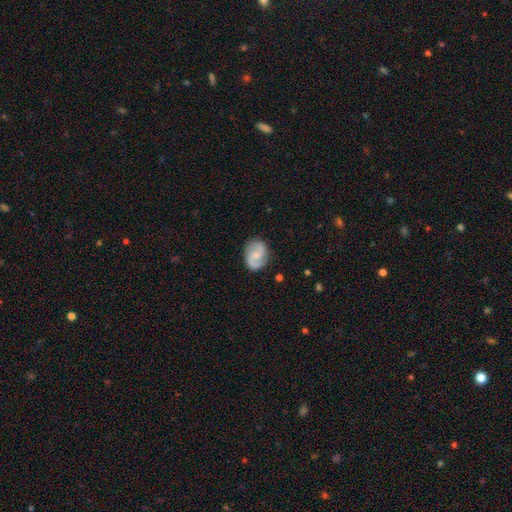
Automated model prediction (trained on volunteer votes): smooth_or_featured: featured or disk (p=0.75) [alt: smooth p=0.19]
disk_edge_on: no (p=0.98) [alt: yes p=0.02]
bar: no (p=0.46) [alt: weak p=0.45]
has_spiral_arms: yes (p=0.94) [alt: no p=0.06]
spiral_winding: medium (p=0.49) [alt: loose p=0.30]
spiral_arm_count: 2 (p=0.89) [alt: can't tell p=0.05]
bulge_size: small (p=0.52) [alt: moderate p=0.36]
merging: none (p=0.80) [alt: minor disturbance p=0.14]